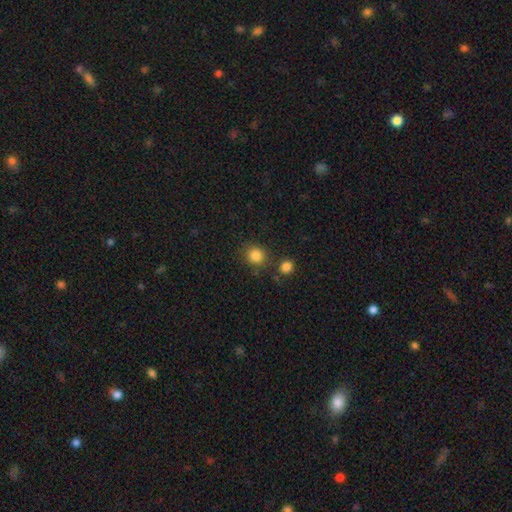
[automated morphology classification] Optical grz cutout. It shows a smooth galaxy with no disk features (85%) that is round (87%). Merging: none (81%).